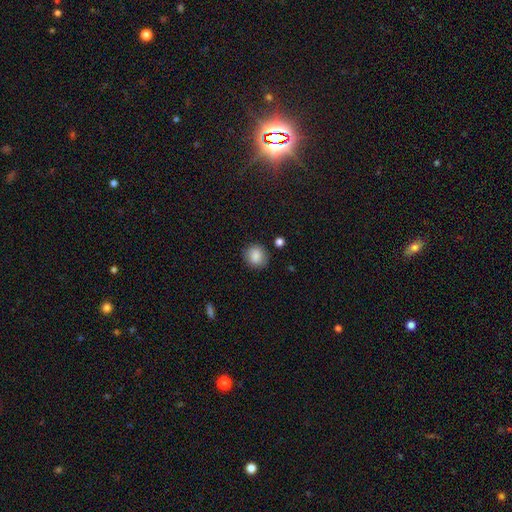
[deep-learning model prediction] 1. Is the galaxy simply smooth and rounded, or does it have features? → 86% smooth, 9% star or artifact, 6% featured or disk.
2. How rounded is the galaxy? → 81% round, 18% in between, 1% cigar-shaped.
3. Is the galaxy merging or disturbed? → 84% none, 11% minor disturbance, 3% major disturbance, 2% merger.